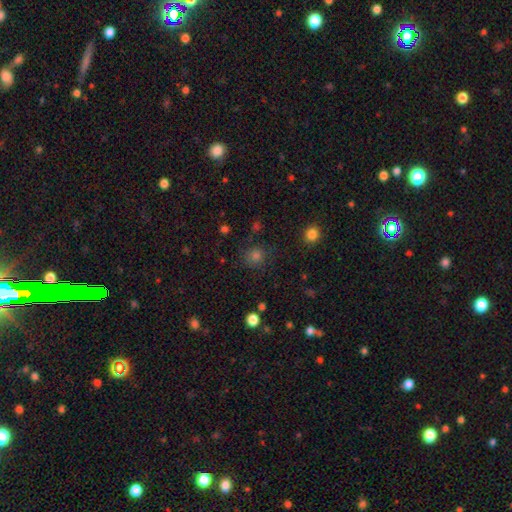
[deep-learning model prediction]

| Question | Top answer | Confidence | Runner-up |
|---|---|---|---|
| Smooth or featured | smooth | 67% | star or artifact (26%) |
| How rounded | round | 86% | in between (13%) |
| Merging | none | 84% | minor disturbance (10%) |